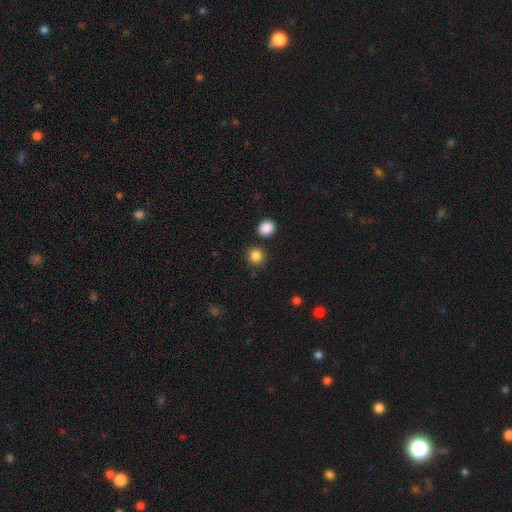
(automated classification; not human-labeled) smooth 85%, star or artifact 11%, featured or disk 4%. Down the decision tree: how rounded — round (91%); merging — none (86%).